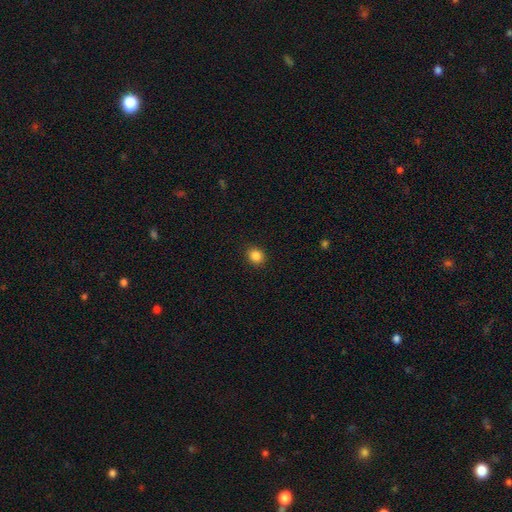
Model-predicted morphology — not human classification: This appears to be a smooth galaxy with no disk features (86%) that is round (67%). Merging: none (90%).